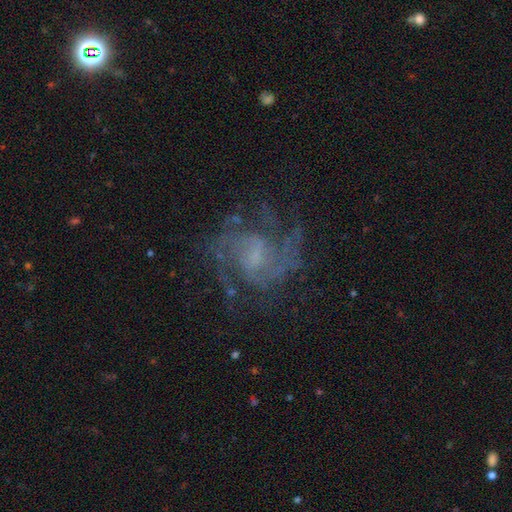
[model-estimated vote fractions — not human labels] Smooth or featured? featured or disk (84%)
Edge-on disk? no (98%)
Bar? weak (54%)
Spiral arms? yes (94%)
Spiral winding? medium (54%)
Spiral arm count? 2 (52%)
Bulge size? small (40%)
Merging? none (66%)